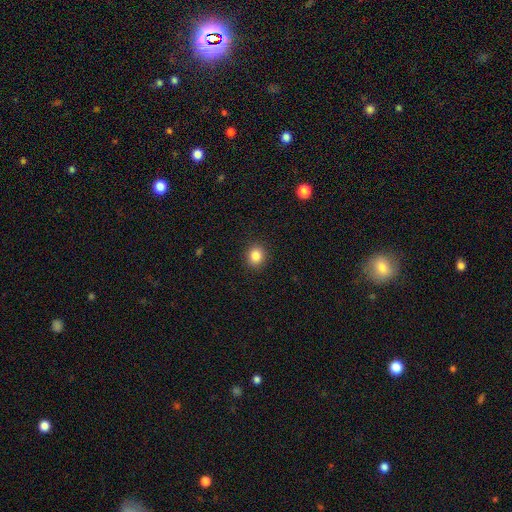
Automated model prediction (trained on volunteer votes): Smooth or featured? Predicted: smooth (p=0.85). How rounded? Predicted: round (p=0.82). Merging? Predicted: none (p=0.91).